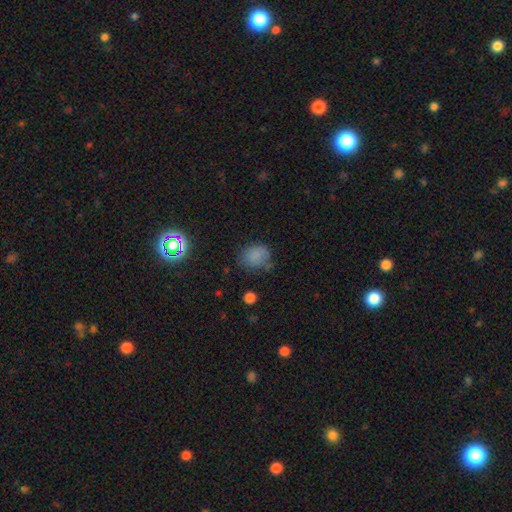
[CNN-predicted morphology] This appears to be a smooth galaxy with no disk features (78%) that is round (51%). Merging: none (56%).